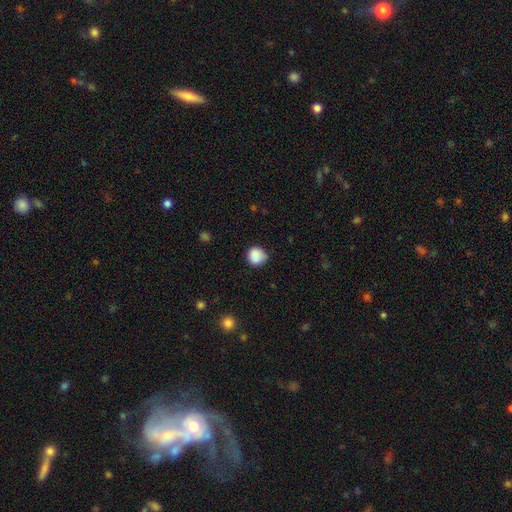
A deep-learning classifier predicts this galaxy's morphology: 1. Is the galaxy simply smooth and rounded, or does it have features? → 88% smooth, 9% star or artifact, 4% featured or disk.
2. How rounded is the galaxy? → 89% round, 10% in between, 1% cigar-shaped.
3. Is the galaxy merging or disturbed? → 75% none, 20% minor disturbance, 4% major disturbance, 1% merger.